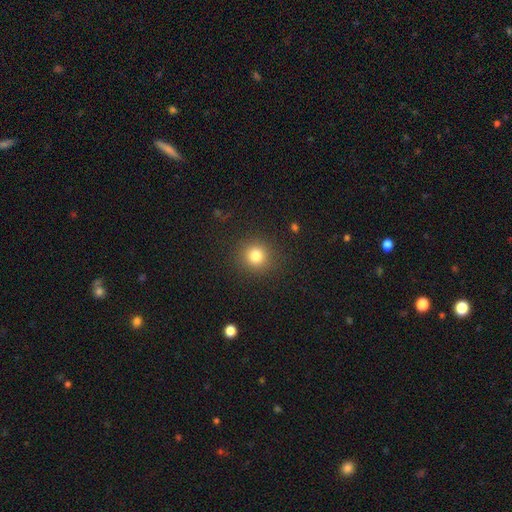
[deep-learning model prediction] Q: Smooth or featured?
A: smooth (81%); runner-up: star or artifact (12%)
Q: How rounded?
A: round (91%); runner-up: in between (8%)
Q: Merging?
A: none (89%); runner-up: minor disturbance (7%)